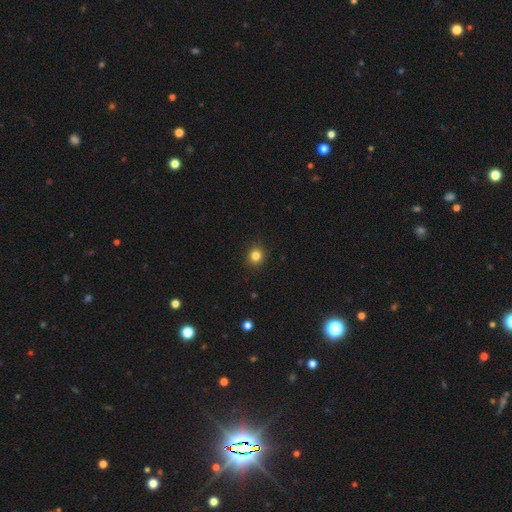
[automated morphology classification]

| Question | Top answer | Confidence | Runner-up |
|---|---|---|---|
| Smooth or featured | smooth | 83% | star or artifact (12%) |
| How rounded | round | 86% | in between (13%) |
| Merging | none | 92% | minor disturbance (6%) |